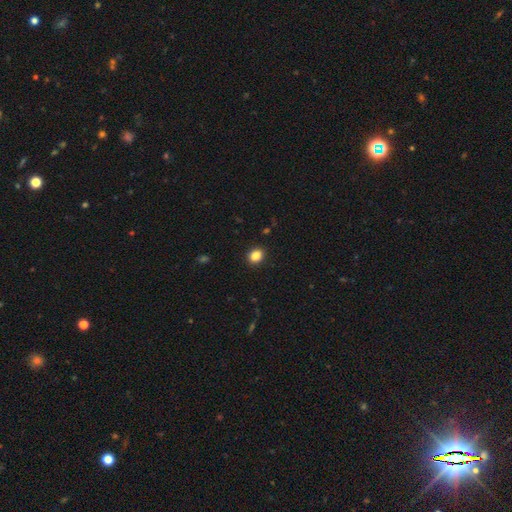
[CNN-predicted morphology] Smooth or featured? Predicted: smooth (p=0.86). How rounded? Predicted: round (p=0.52). Merging? Predicted: none (p=0.90).